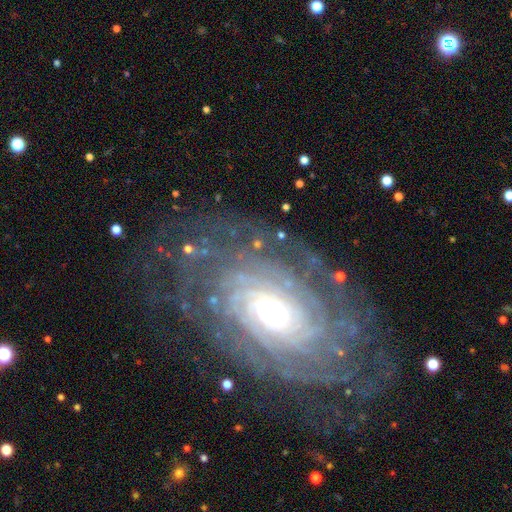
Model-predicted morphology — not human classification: Smooth or featured? Predicted: featured or disk (p=0.86). Edge-on disk? Predicted: no (p=0.95). Bar? Predicted: no (p=0.63). Spiral arms? Predicted: yes (p=0.95). Spiral winding? Predicted: tight (p=0.80). Spiral arm count? Predicted: can't tell (p=0.40). Bulge size? Predicted: moderate (p=0.57). Merging? Predicted: none (p=0.78).